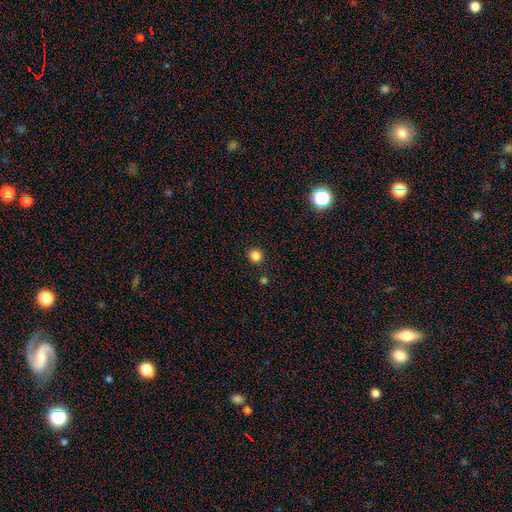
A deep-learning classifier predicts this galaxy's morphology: A smooth galaxy with no disk features (83%) that is round (94%).

Vote fractions:
- Smooth or featured? smooth: 83% / star or artifact: 13% / featured or disk: 3%
- How rounded? round: 94% / in between: 5% / cigar-shaped: 1%
- Merging? none: 91% / minor disturbance: 5% / merger: 2% / major disturbance: 2%